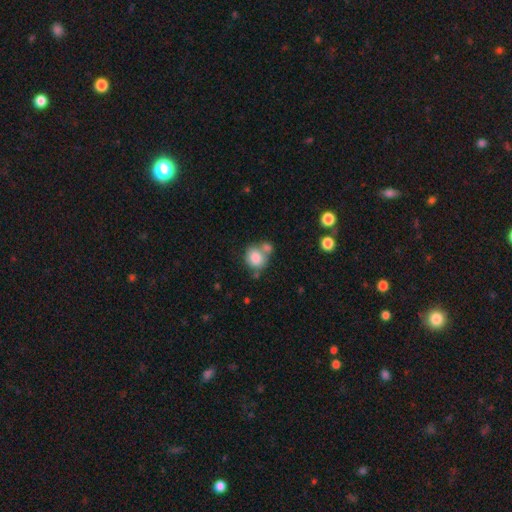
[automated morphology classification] Smooth or featured?
  - smooth: 82% *
  - featured or disk: 9%
  - star or artifact: 9%
How rounded?
  - round: 74% *
  - in between: 25%
  - cigar-shaped: 1%
Merging?
  - none: 45% *
  - merger: 37%
  - minor disturbance: 12%
  - major disturbance: 5%